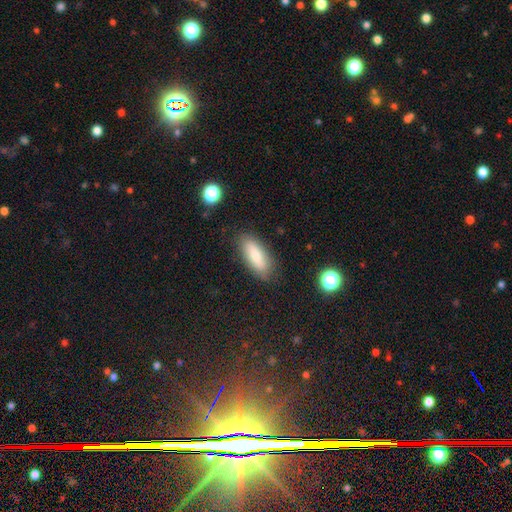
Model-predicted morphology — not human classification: This appears to be a smooth galaxy with no disk features (75%) that is in between round and cigar-shaped (67%). Merging: none (83%).